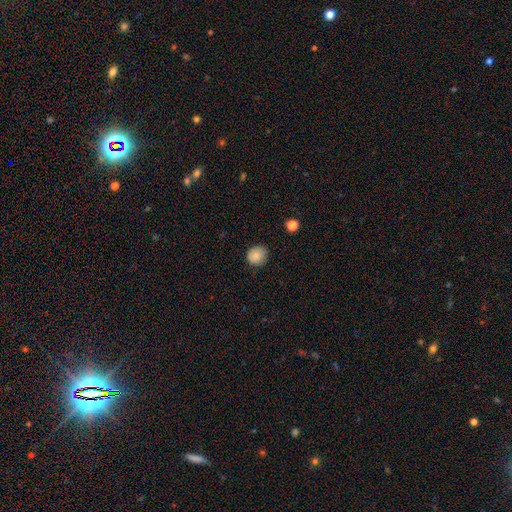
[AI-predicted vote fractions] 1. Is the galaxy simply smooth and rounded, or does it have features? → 85% smooth, 9% star or artifact, 5% featured or disk.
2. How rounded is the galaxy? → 83% round, 16% in between, 1% cigar-shaped.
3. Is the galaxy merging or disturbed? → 81% none, 15% minor disturbance, 3% major disturbance, 1% merger.